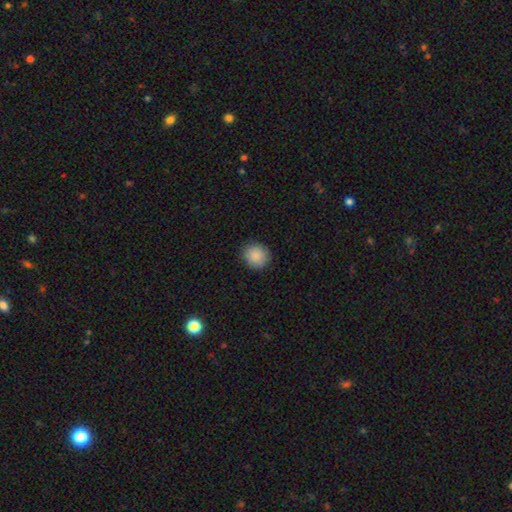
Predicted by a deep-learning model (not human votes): Morphology: type=smooth (88%); roundness=round (89%); merging=none (90%).